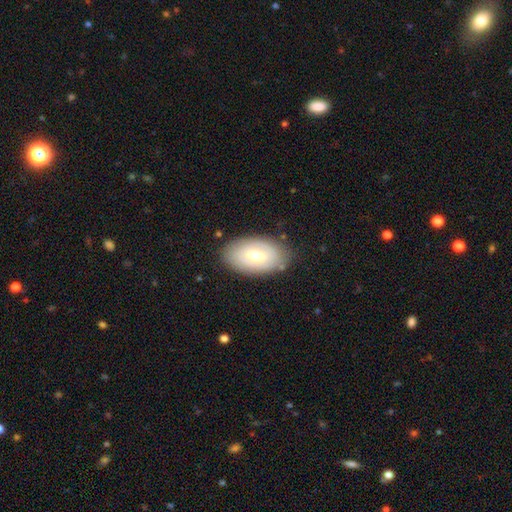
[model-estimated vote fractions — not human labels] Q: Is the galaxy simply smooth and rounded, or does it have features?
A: smooth — 59%.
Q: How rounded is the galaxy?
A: in between — 92%.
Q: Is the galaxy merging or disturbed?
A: none — 82%.